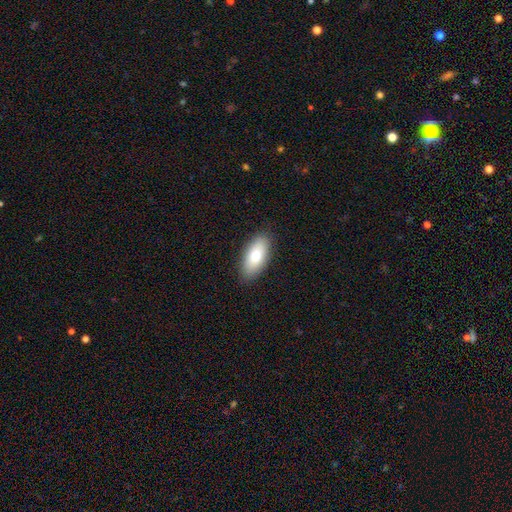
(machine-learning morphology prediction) A smooth galaxy with no disk features (82%) that is in between round and cigar-shaped (86%).

Vote fractions:
- Smooth or featured? smooth: 82% / featured or disk: 12% / star or artifact: 6%
- How rounded? in between: 86% / cigar-shaped: 12% / round: 2%
- Merging? none: 87% / minor disturbance: 10% / major disturbance: 2% / merger: 1%